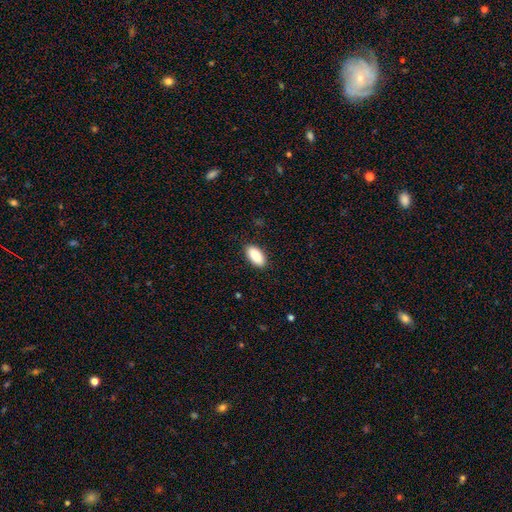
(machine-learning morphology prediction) type=smooth (89%); roundness=in between (94%); merging=none (89%).